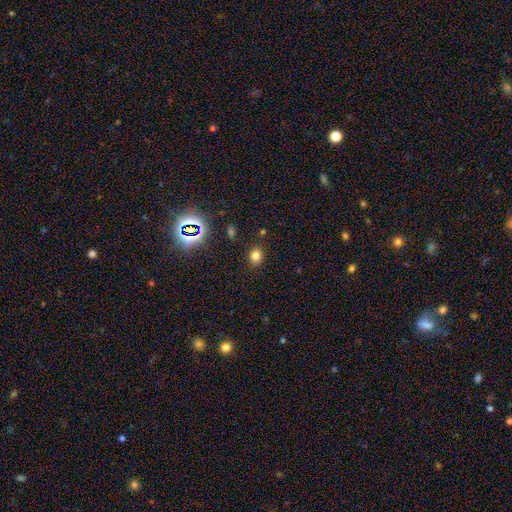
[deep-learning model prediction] A smooth galaxy with no disk features (75%) that is round (61%).

Vote fractions:
- Smooth or featured? smooth: 75% / star or artifact: 19% / featured or disk: 6%
- How rounded? round: 61% / in between: 38% / cigar-shaped: 1%
- Merging? none: 86% / minor disturbance: 9% / major disturbance: 3% / merger: 2%